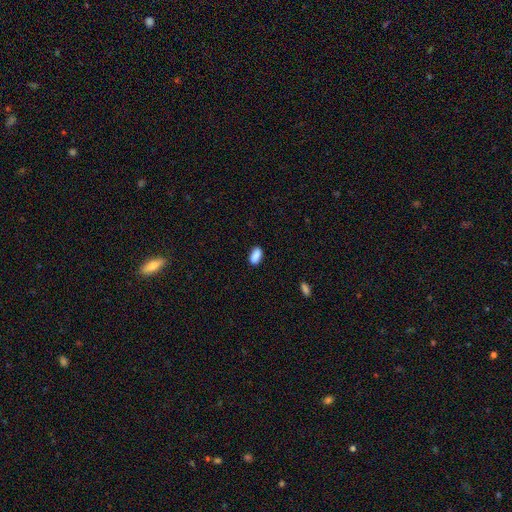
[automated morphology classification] The model was most divided on "merging": none: 85%, minor disturbance: 11%, major disturbance: 2%, merger: 1%. More confident: smooth or featured — smooth (89%); how rounded — in between (88%).